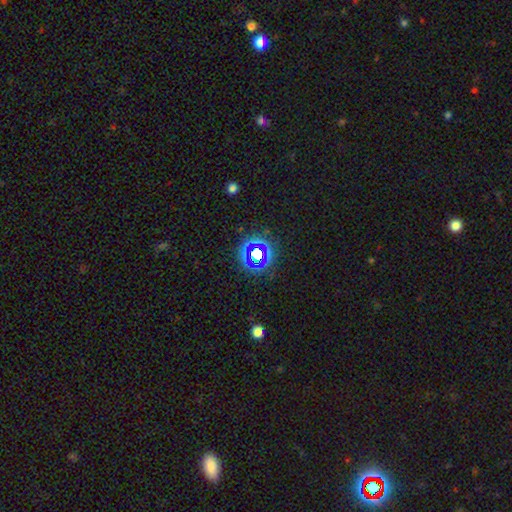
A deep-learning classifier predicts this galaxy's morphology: A star or artifact, not a galaxy (65%).